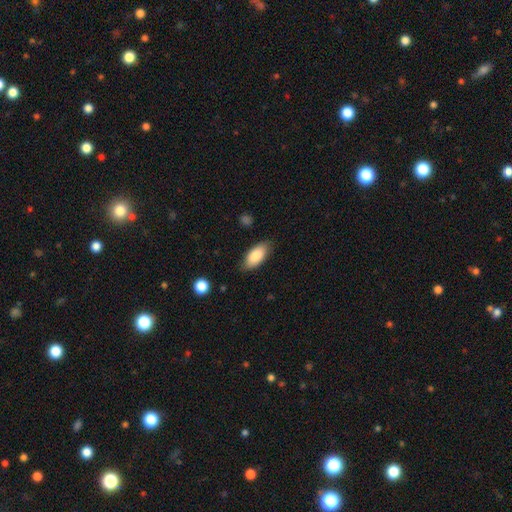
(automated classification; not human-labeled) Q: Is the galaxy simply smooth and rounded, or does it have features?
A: smooth — 86%.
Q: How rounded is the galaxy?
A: in between — 90%.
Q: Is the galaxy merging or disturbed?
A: none — 82%.